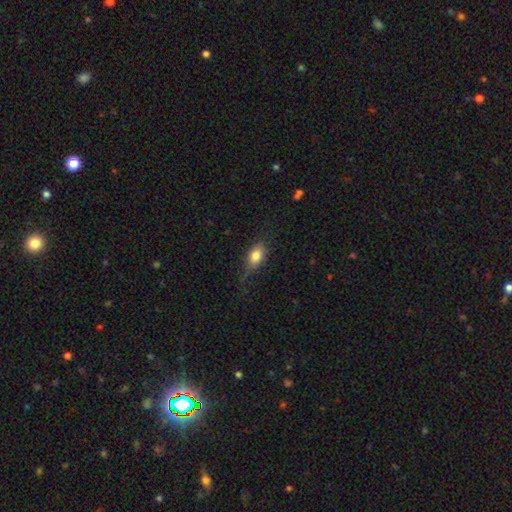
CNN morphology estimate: A smooth galaxy with no disk features (75%) that is in between round and cigar-shaped (80%).

Vote fractions:
- Smooth or featured? smooth: 75% / featured or disk: 17% / star or artifact: 8%
- How rounded? in between: 80% / round: 11% / cigar-shaped: 9%
- Merging? none: 58% / minor disturbance: 28% / major disturbance: 12% / merger: 2%